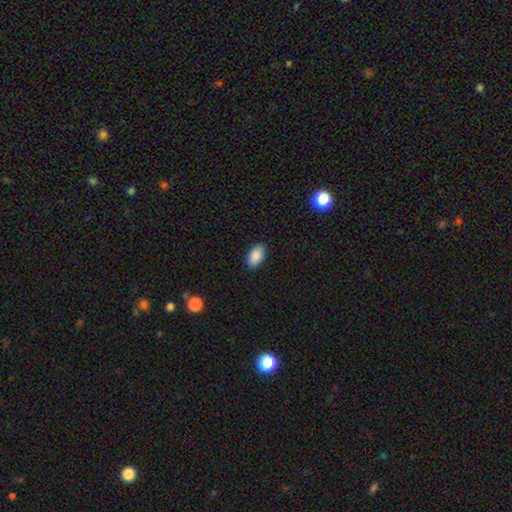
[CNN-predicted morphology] smooth 89%, star or artifact 7%, featured or disk 4%. Down the decision tree: how rounded — in between (94%); merging — none (88%).